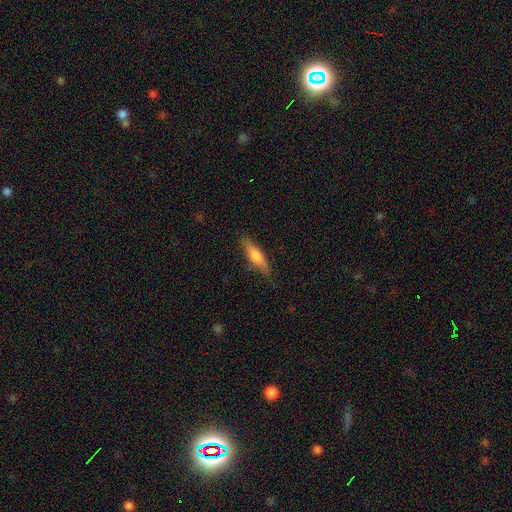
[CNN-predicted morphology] This is possibly a smooth galaxy (58%). How rounded: likely cigar-shaped (74%). Merging: clearly none (82%).